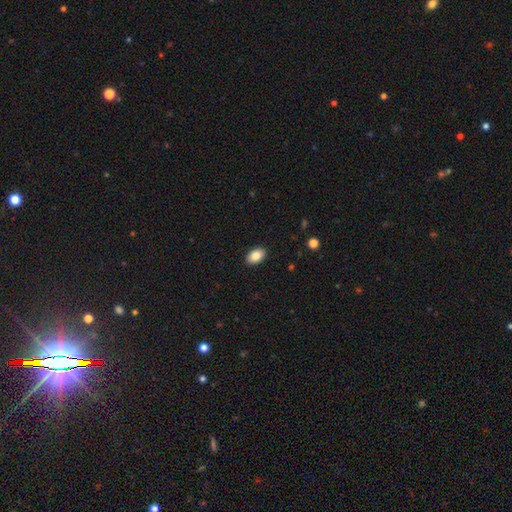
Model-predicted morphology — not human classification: Smooth or featured?
  - smooth: 86% *
  - star or artifact: 8%
  - featured or disk: 6%
How rounded?
  - in between: 91% *
  - round: 8%
  - cigar-shaped: 1%
Merging?
  - none: 90% *
  - minor disturbance: 7%
  - major disturbance: 2%
  - merger: 1%